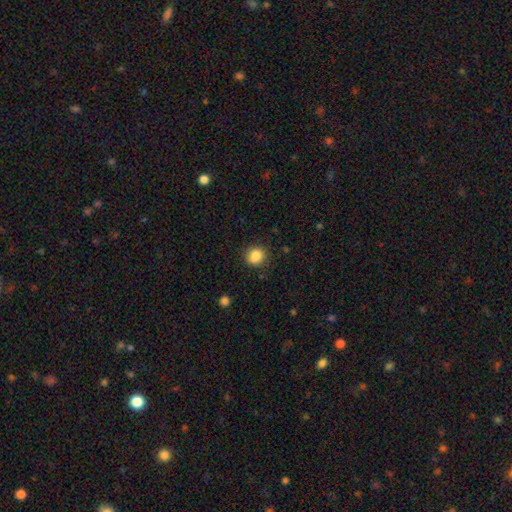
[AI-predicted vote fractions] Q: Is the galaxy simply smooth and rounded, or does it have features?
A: smooth — 86%.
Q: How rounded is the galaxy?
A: round — 72%.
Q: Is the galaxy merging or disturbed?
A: none — 82%.